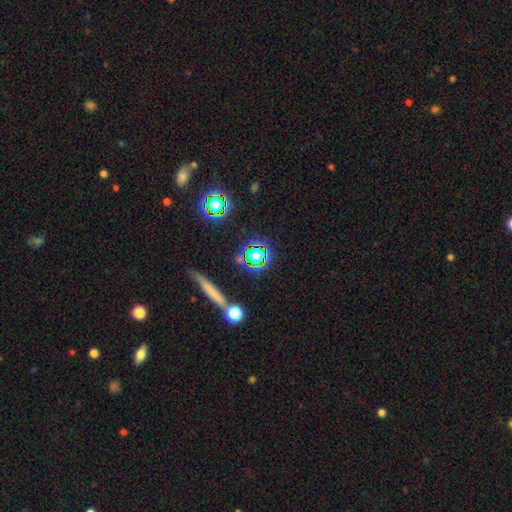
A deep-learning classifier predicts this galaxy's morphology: type=star or artifact (46%).